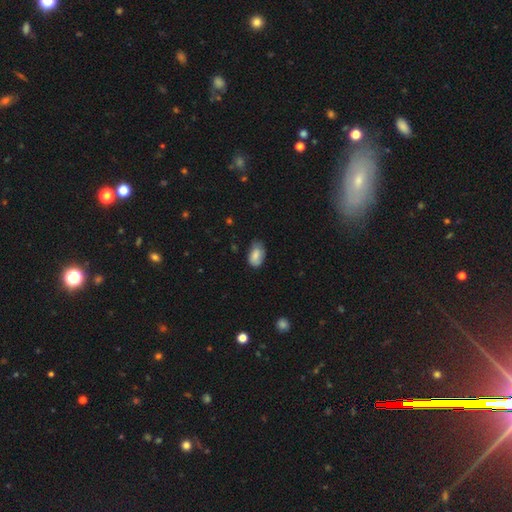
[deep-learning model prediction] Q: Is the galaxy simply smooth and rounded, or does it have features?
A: smooth — 81%.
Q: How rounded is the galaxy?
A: in between — 91%.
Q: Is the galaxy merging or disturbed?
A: none — 56%.